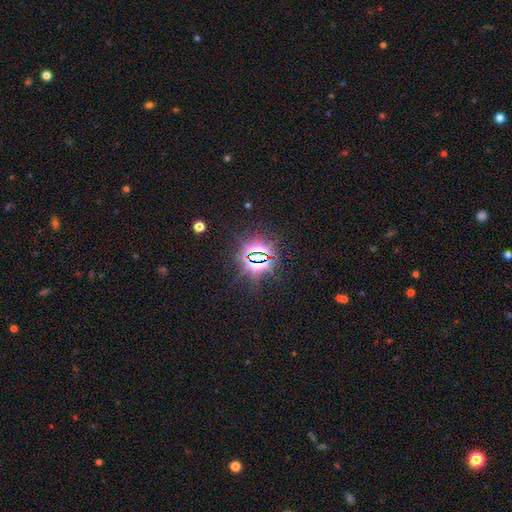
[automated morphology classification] Overall: star or artifact (83%).